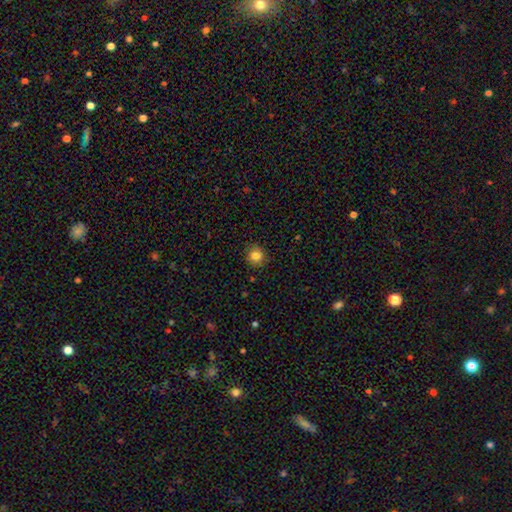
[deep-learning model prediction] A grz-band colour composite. It shows a smooth galaxy with no disk features (83%) that is round (90%). Merging: none (90%).